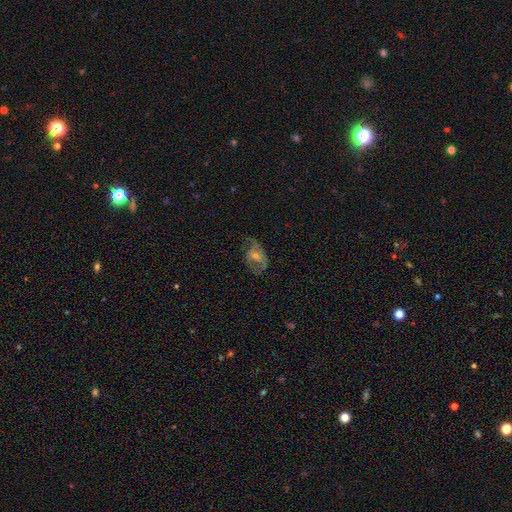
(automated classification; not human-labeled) Smooth or featured: featured or disk — 55% (smooth — 36%)
Edge-on disk: no — 95% (yes — 5%)
Bar: no — 59% (weak — 32%)
Spiral arms: yes — 63% (no — 37%)
Bulge size: small — 53% (moderate — 35%)
Merging: none — 46% (major disturbance — 28%)